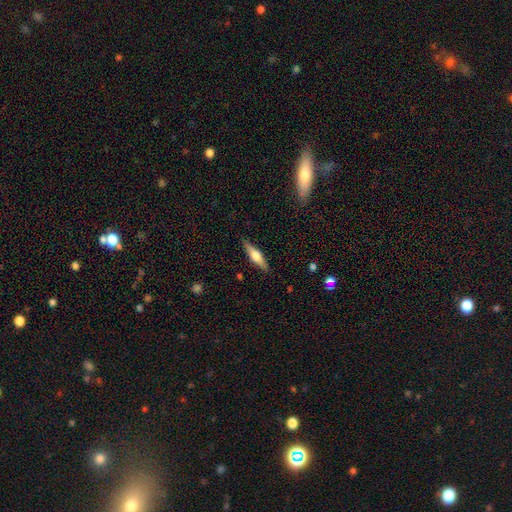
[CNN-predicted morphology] featured or disk 57%, smooth 37%, star or artifact 6%. Down the decision tree: edge-on disk — yes (96%); edge-on bulge — rounded (90%); merging — none (89%).